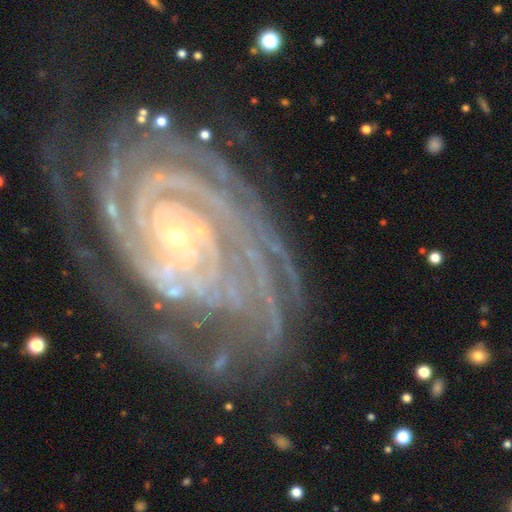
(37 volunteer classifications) This is clearly a featured or disk galaxy (97%). It is clearly not viewed edge-on (100%). Bar: likely no (67%). Spiral arm pattern: clearly yes (100%). Spiral arm count: marginally 4 (31%). Spiral winding: clearly tight (92%). Central bulge: likely small (67%). Merging: likely none (62%).